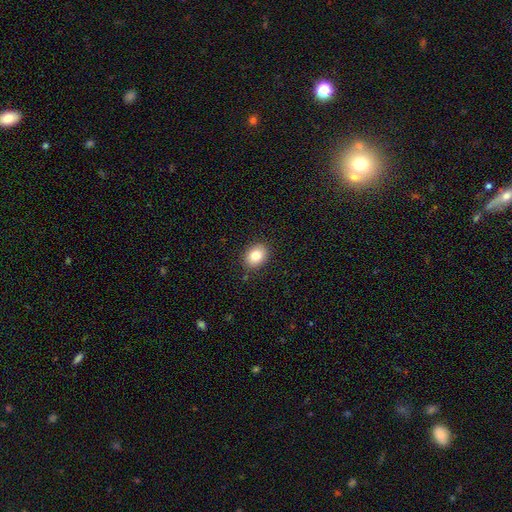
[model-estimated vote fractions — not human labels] Morphology: type=smooth (82%); roundness=in between (63%); merging=none (88%).